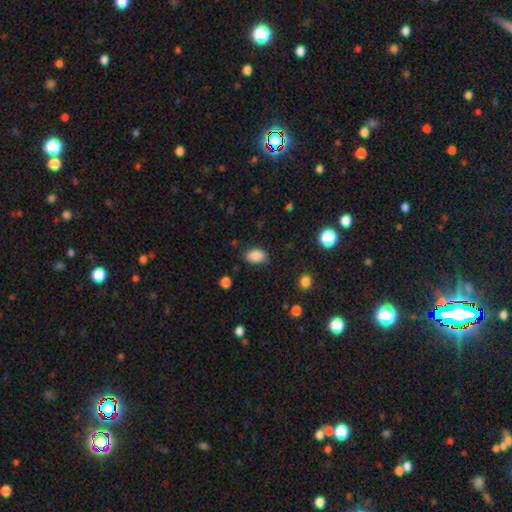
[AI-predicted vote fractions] Smooth or featured: smooth — 87% (star or artifact — 9%)
How rounded: in between — 88% (round — 11%)
Merging: none — 85% (minor disturbance — 11%)